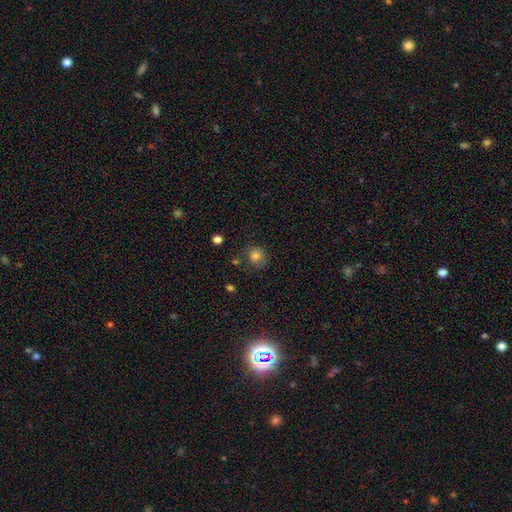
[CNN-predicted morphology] A smooth galaxy with no disk features (78%) that is round (81%). Merging: none (65%).